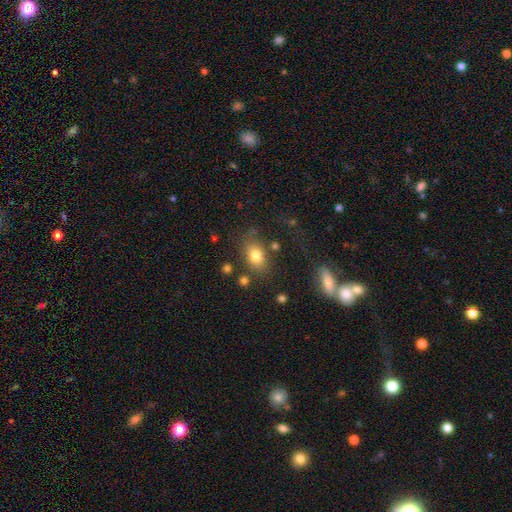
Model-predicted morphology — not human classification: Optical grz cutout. It shows a smooth galaxy with no disk features (78%) that is in between round and cigar-shaped (78%). Merging: none (75%).